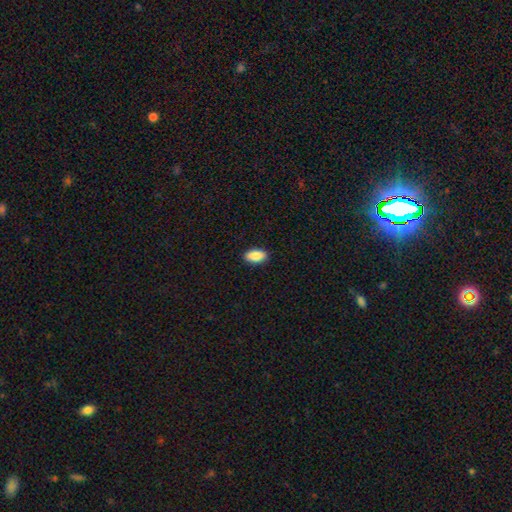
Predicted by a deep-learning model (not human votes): The model was most divided on "smooth or featured": smooth: 89%, star or artifact: 7%, featured or disk: 4%. More confident: how rounded — in between (93%); merging — none (90%).